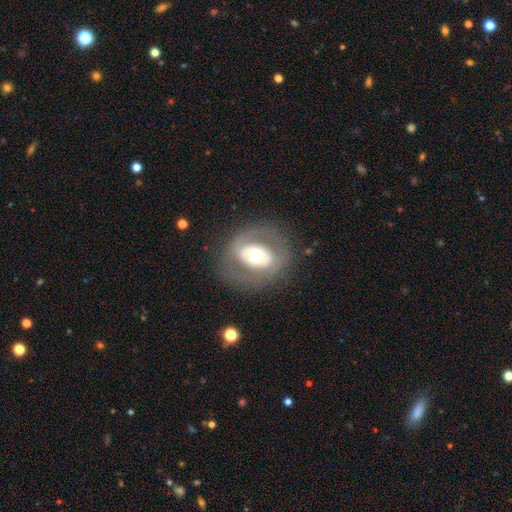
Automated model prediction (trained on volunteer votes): Overall: featured or disk (54%; smooth 37%). Edge-on disk: no (94%). Bar: no (65%). Spiral arms: no (78%). Bulge size: moderate (53%; large 35%). Merging: none (76%).